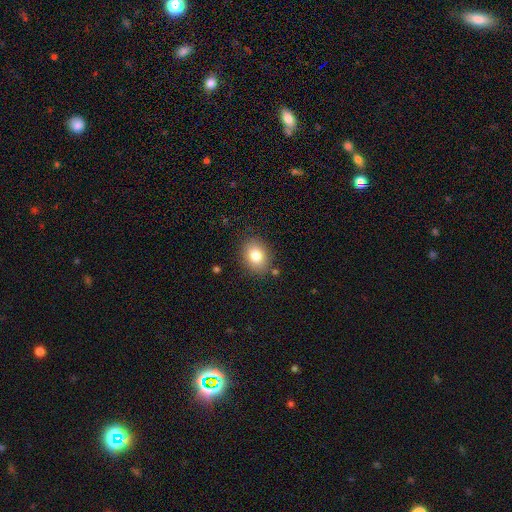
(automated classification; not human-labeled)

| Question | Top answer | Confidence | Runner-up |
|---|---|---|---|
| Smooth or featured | smooth | 82% | star or artifact (9%) |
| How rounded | in between | 59% | round (40%) |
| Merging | none | 84% | minor disturbance (10%) |